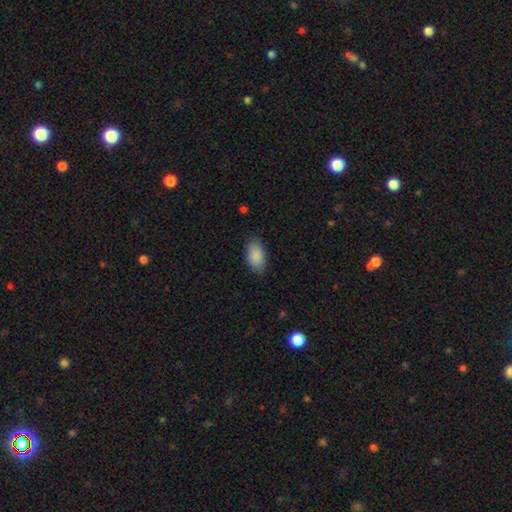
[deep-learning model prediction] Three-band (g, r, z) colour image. It shows a smooth galaxy with no disk features (89%) that is in between round and cigar-shaped (94%). Merging: none (84%).